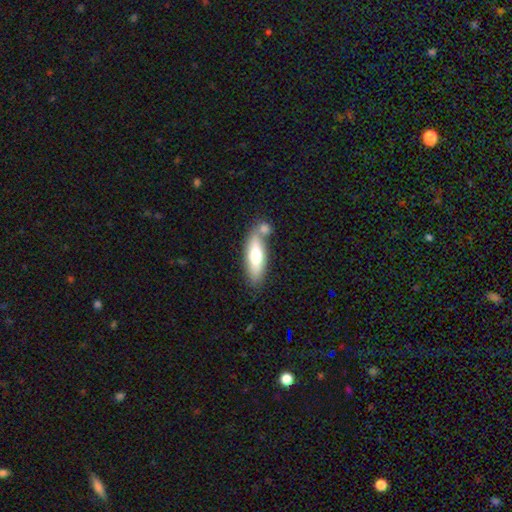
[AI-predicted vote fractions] Smooth or featured? Predicted: smooth (p=0.63). How rounded? Predicted: in between (p=0.51). Merging? Predicted: none (p=0.54).